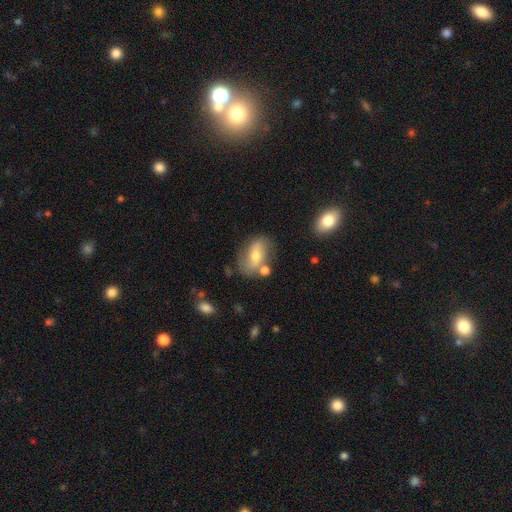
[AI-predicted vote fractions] smooth_or_featured: featured or disk (p=0.48) [alt: smooth p=0.41]
merging: none (p=0.66) [alt: minor disturbance p=0.19]